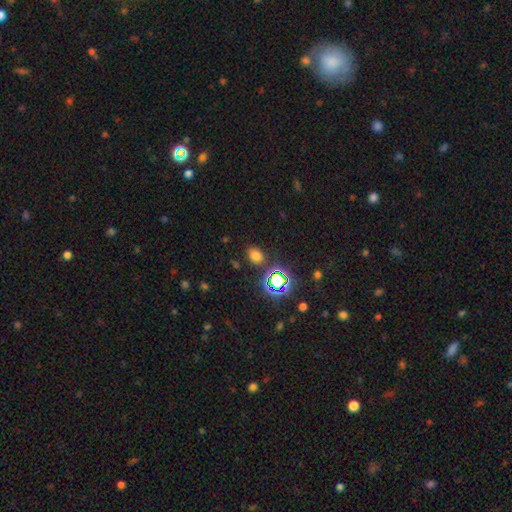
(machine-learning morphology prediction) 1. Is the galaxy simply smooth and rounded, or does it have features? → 69% smooth, 25% star or artifact, 6% featured or disk.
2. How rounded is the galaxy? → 58% in between, 41% round, 1% cigar-shaped.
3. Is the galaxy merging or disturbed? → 83% none, 10% minor disturbance, 4% merger, 3% major disturbance.